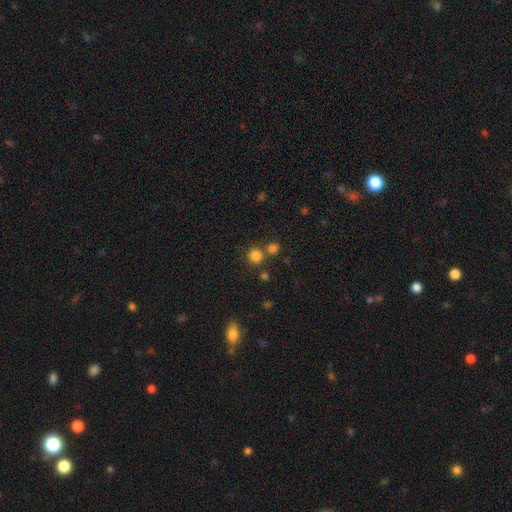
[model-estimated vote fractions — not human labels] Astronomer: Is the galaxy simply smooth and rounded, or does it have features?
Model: smooth — 81%.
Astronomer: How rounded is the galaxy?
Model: round — 92%.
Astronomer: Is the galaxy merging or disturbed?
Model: none — 72%.